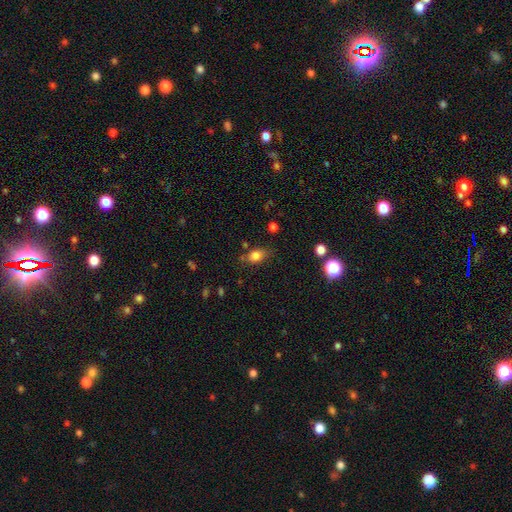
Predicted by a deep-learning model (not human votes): Q: Smooth or featured?
A: smooth (80%); runner-up: star or artifact (11%)
Q: How rounded?
A: in between (72%); runner-up: round (25%)
Q: Merging?
A: none (70%); runner-up: minor disturbance (21%)